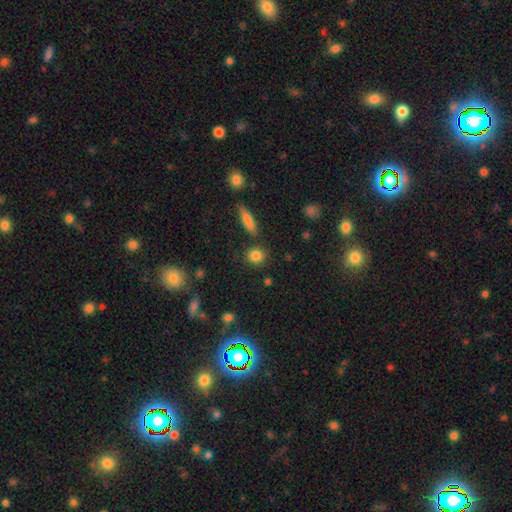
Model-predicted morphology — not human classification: Overall: smooth (84%). How rounded: round (81%). Merging: none (84%).